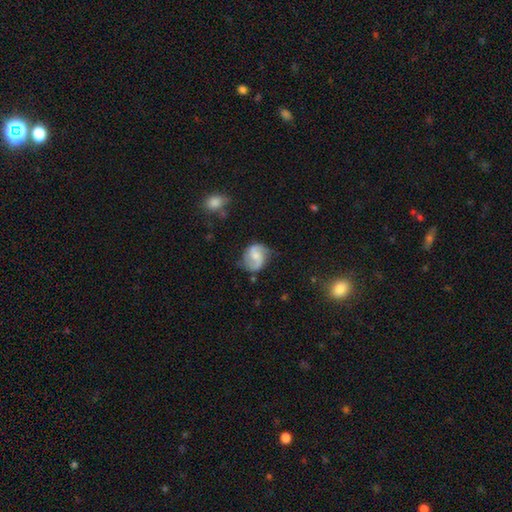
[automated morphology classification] This is likely a featured or disk galaxy (77%). It is clearly not viewed edge-on (98%). Bar: possibly weak (47%). Spiral arm pattern: clearly yes (95%). Spiral arm count: clearly 2 (90%). Spiral winding: possibly medium (49%). Central bulge: marginally moderate (41%). Merging: likely none (72%).